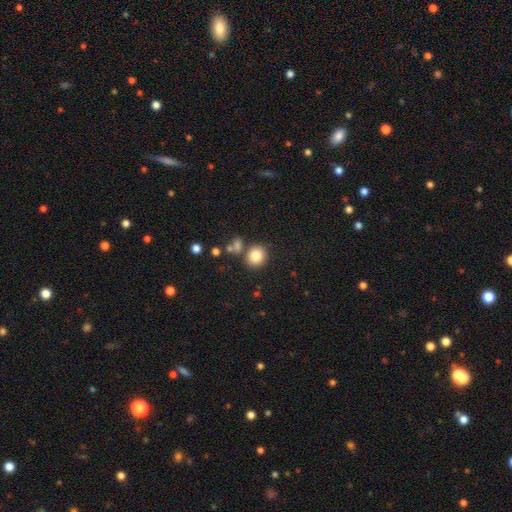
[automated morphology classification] Q: Smooth or featured?
A: smooth (82%); runner-up: star or artifact (10%)
Q: How rounded?
A: round (78%); runner-up: in between (21%)
Q: Merging?
A: none (76%); runner-up: merger (11%)